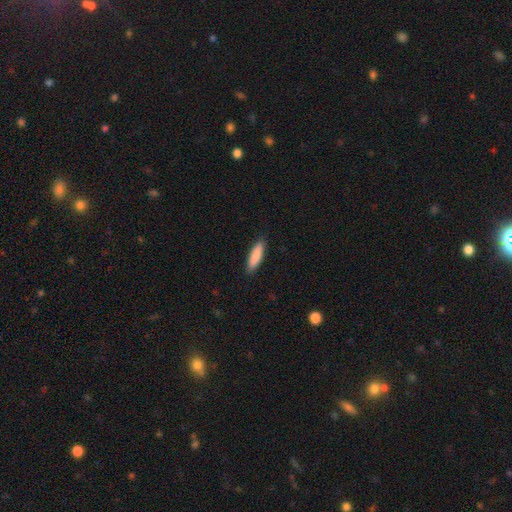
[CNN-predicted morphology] The model was most divided on "how rounded": cigar-shaped: 71%, in between: 27%, round: 1%. More confident: merging — none (89%); smooth or featured — smooth (87%).